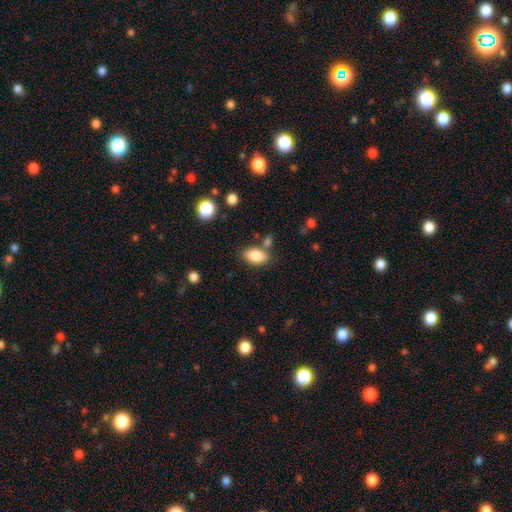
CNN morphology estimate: Smooth or featured: smooth — 85% (star or artifact — 8%)
How rounded: in between — 91% (round — 6%)
Merging: none — 72% (minor disturbance — 14%)